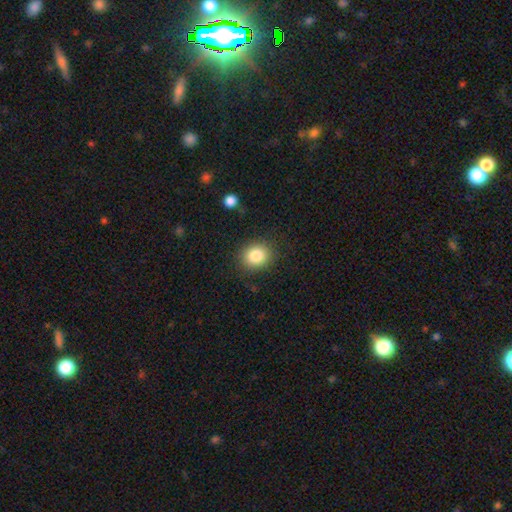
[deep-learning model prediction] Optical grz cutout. It shows a smooth galaxy with no disk features (84%) that is round (69%). Merging: none (86%).